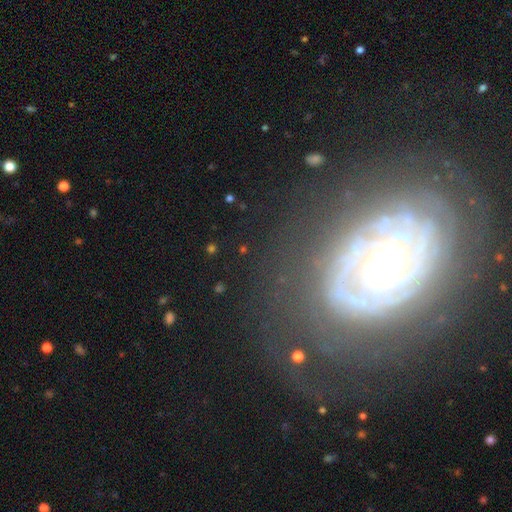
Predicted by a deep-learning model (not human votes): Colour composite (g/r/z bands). It shows a featured or disk galaxy (83%) with no bar (76%), tight (79%) spiral arms (87%) and a moderate central bulge (57%). Merging: none (70%).